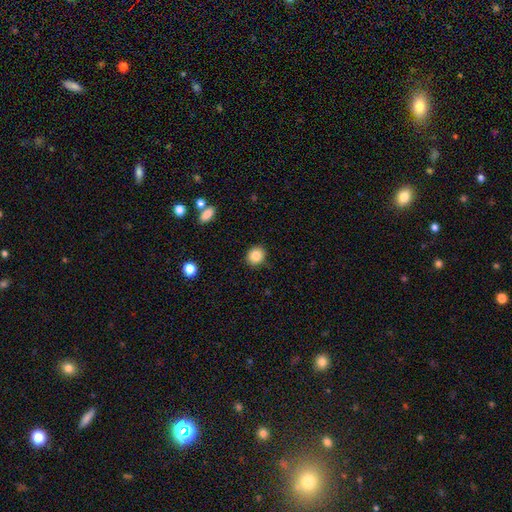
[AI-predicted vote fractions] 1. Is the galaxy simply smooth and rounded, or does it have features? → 85% smooth, 9% star or artifact, 5% featured or disk.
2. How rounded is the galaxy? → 76% round, 23% in between, 1% cigar-shaped.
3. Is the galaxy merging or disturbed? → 86% none, 10% minor disturbance, 2% major disturbance, 2% merger.